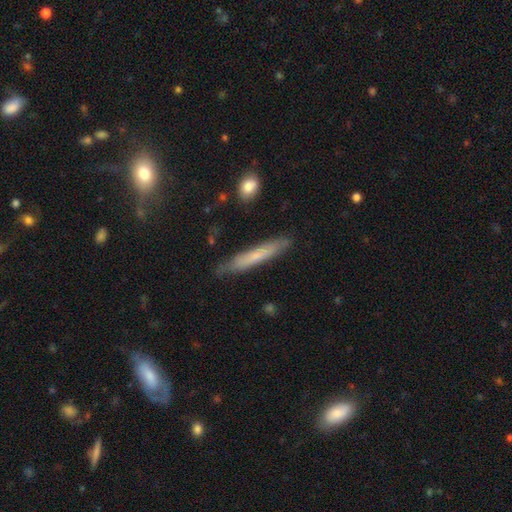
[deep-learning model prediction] This appears to be a smooth galaxy with no disk features (61%) that is cigar-shaped (94%). Merging: none (82%).